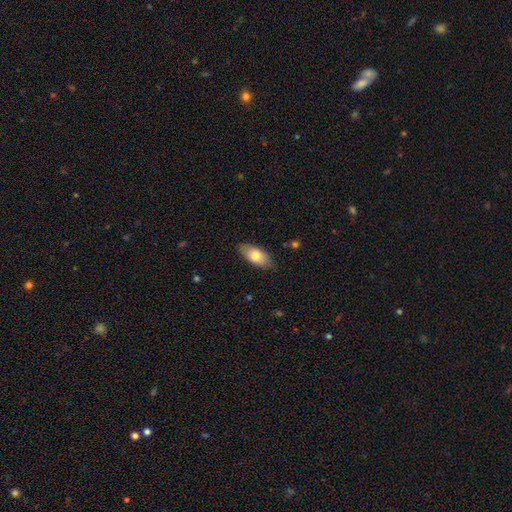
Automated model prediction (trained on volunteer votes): Smooth or featured? Predicted: smooth (p=0.79). How rounded? Predicted: in between (p=0.91). Merging? Predicted: none (p=0.84).